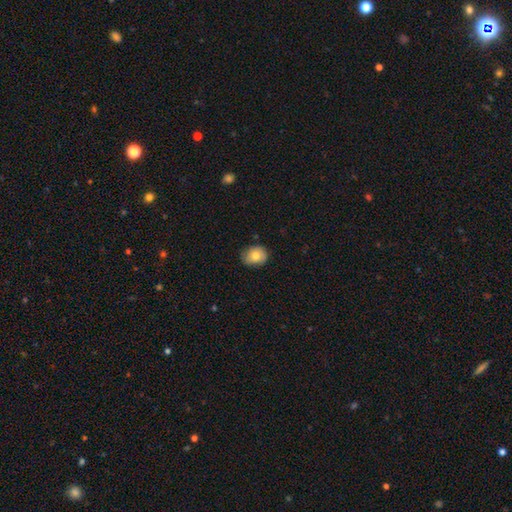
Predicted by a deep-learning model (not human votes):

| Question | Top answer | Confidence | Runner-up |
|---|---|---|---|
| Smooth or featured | smooth | 78% | featured or disk (14%) |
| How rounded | round | 51% | in between (48%) |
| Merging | none | 73% | minor disturbance (23%) |